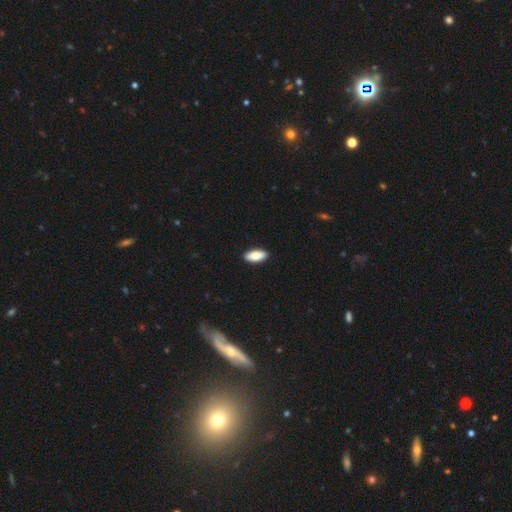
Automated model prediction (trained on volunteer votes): Morphology: type=smooth (83%); roundness=in between (87%); merging=none (91%).